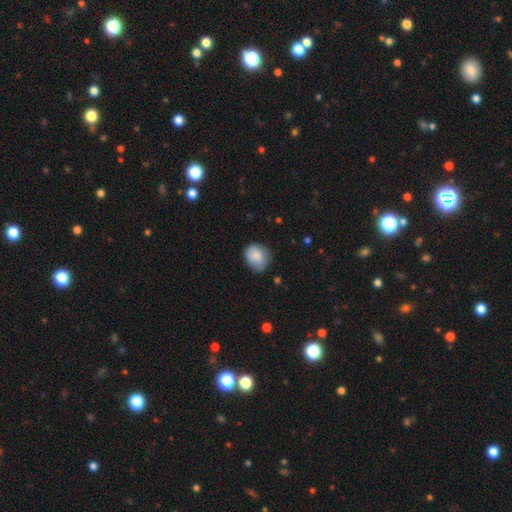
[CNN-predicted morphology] A smooth galaxy with no disk features (81%) that is round (61%). Merging: none (61%).